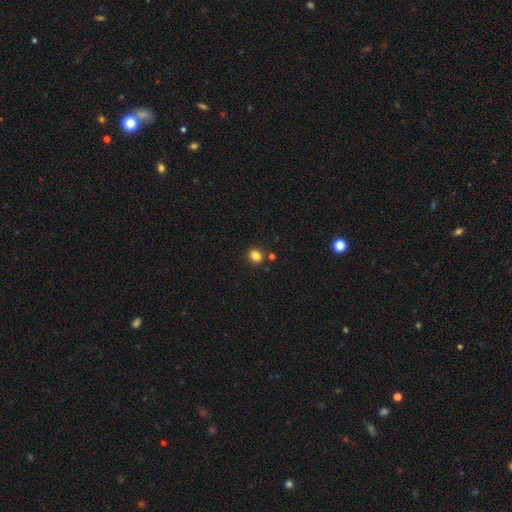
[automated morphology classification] type=smooth (83%); roundness=round (68%); merging=none (85%).